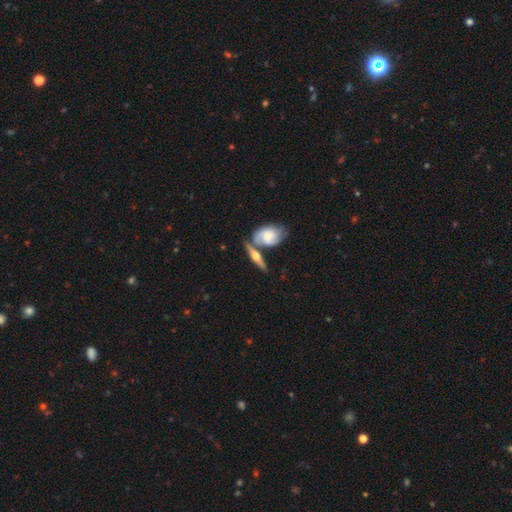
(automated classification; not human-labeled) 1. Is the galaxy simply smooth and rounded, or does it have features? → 64% featured or disk, 30% smooth, 6% star or artifact.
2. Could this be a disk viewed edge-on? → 84% yes, 16% no.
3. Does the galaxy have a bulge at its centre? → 90% rounded, 6% boxy, 4% none.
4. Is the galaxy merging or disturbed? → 55% none, 28% merger, 13% minor disturbance, 4% major disturbance.